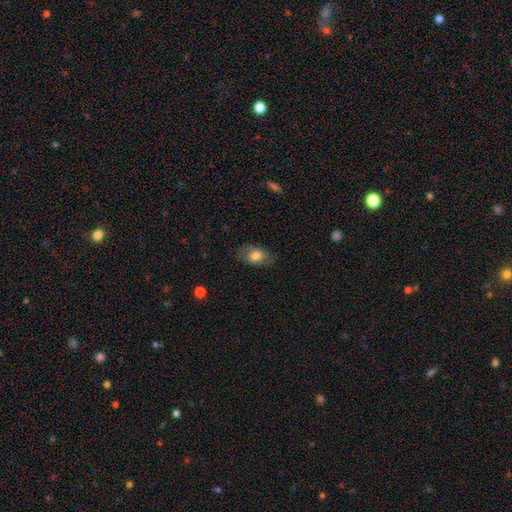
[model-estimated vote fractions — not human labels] Smooth or featured? Predicted: smooth (p=0.69). How rounded? Predicted: in between (p=0.87). Merging? Predicted: none (p=0.77).